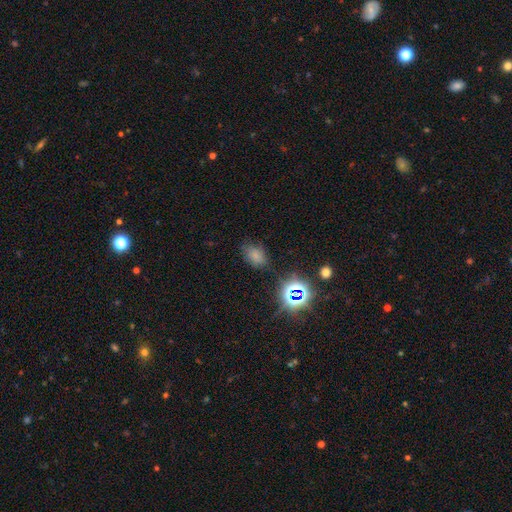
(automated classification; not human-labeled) Smooth or featured: smooth — 65% (star or artifact — 27%)
How rounded: in between — 80% (round — 19%)
Merging: none — 71% (minor disturbance — 20%)